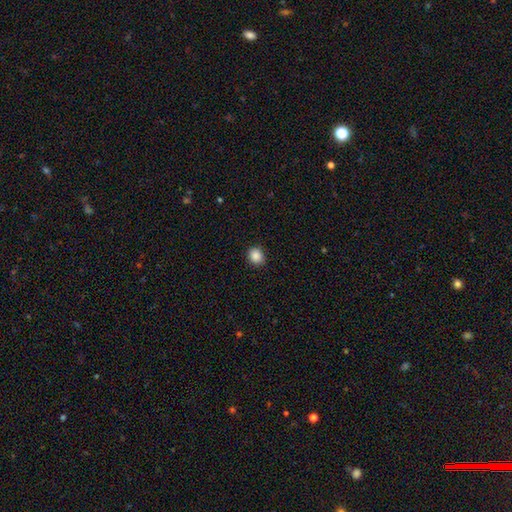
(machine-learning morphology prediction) Smooth or featured? Predicted: smooth (p=0.88). How rounded? Predicted: round (p=0.71). Merging? Predicted: none (p=0.90).